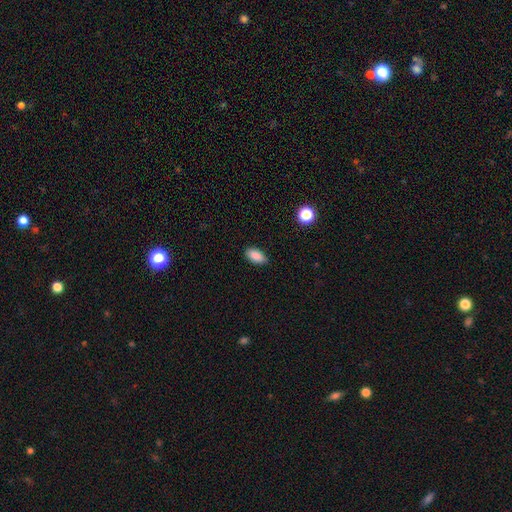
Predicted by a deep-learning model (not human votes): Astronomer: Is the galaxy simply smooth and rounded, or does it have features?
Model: smooth — 87%.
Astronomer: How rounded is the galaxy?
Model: in between — 91%.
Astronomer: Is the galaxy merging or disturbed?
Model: none — 83%.